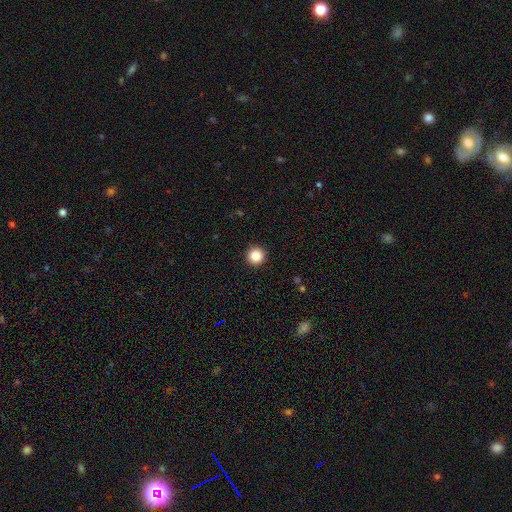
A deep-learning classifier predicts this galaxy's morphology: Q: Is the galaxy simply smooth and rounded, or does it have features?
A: smooth — 86%.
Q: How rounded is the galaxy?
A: round — 96%.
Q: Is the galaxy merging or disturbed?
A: none — 93%.